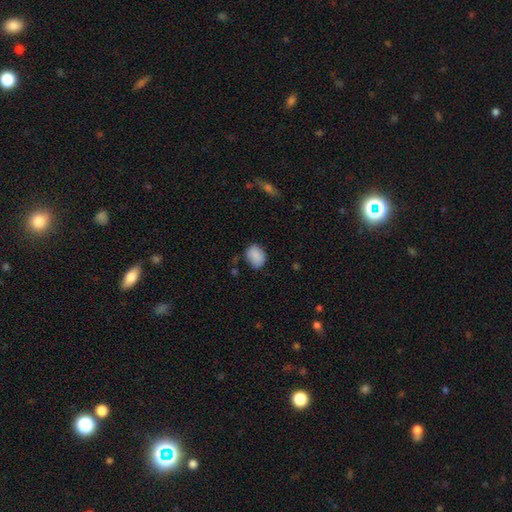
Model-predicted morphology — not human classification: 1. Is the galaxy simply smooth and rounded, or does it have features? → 88% smooth, 8% star or artifact, 4% featured or disk.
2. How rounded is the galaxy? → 66% in between, 33% round, 1% cigar-shaped.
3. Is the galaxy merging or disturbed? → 73% none, 20% minor disturbance, 4% major disturbance, 2% merger.